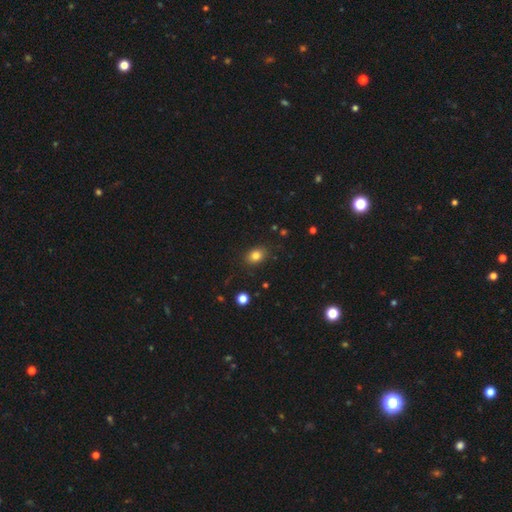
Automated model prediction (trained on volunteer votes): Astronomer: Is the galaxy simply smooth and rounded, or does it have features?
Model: smooth — 83%.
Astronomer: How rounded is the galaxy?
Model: in between — 63%.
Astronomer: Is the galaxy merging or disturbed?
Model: none — 85%.